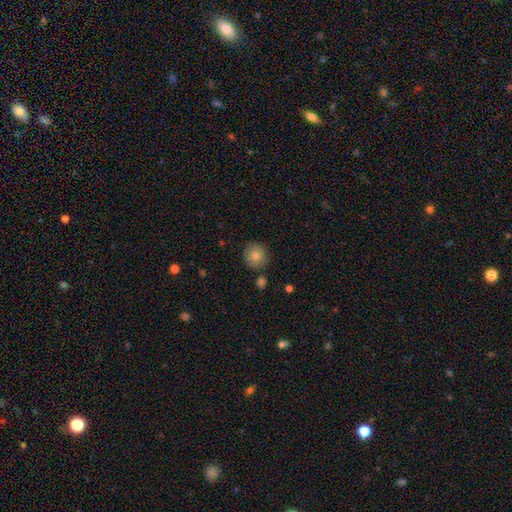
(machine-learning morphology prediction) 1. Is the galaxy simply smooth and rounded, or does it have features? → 84% smooth, 9% star or artifact, 8% featured or disk.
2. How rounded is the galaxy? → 90% round, 9% in between, 1% cigar-shaped.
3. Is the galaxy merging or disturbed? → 84% none, 9% minor disturbance, 5% merger, 2% major disturbance.